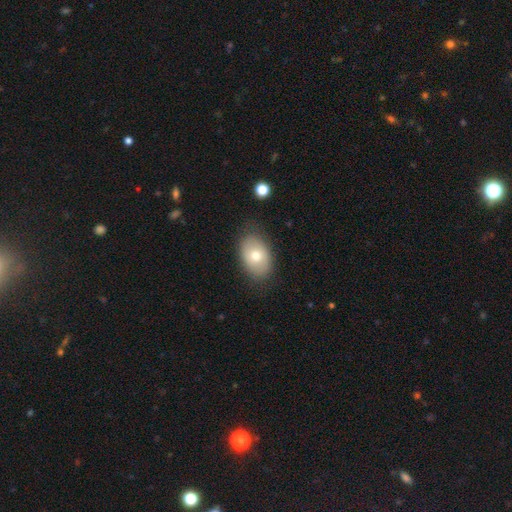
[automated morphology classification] smooth 72%, featured or disk 20%, star or artifact 8%. Down the decision tree: how rounded — in between (83%); merging — none (80%).